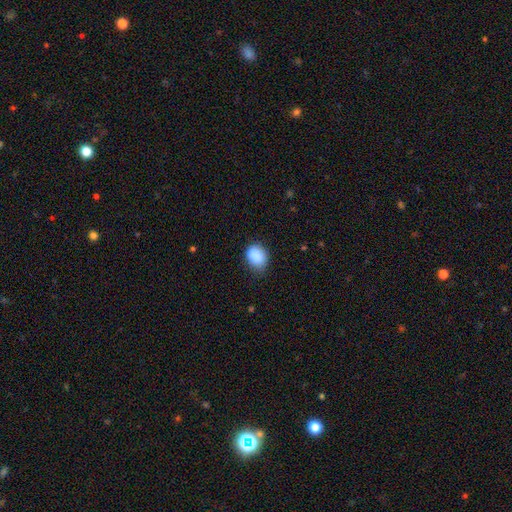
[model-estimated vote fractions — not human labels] smooth_or_featured: smooth (p=0.87) [alt: star or artifact p=0.08]
how_rounded: in between (p=0.59) [alt: round p=0.40]
merging: none (p=0.69) [alt: minor disturbance p=0.24]